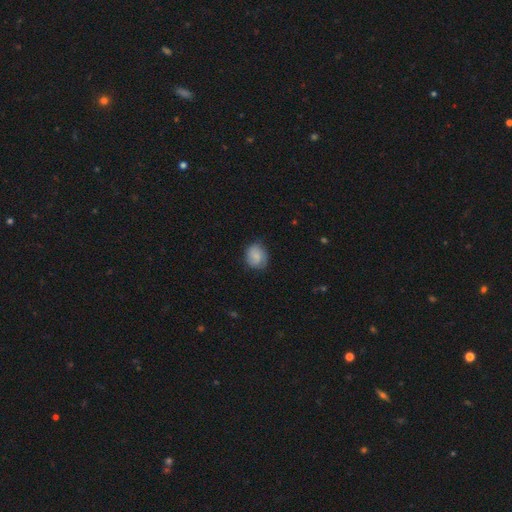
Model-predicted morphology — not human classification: smooth_or_featured: smooth (p=0.74) [alt: featured or disk p=0.19]
how_rounded: round (p=0.65) [alt: in between p=0.34]
merging: none (p=0.71) [alt: minor disturbance p=0.23]